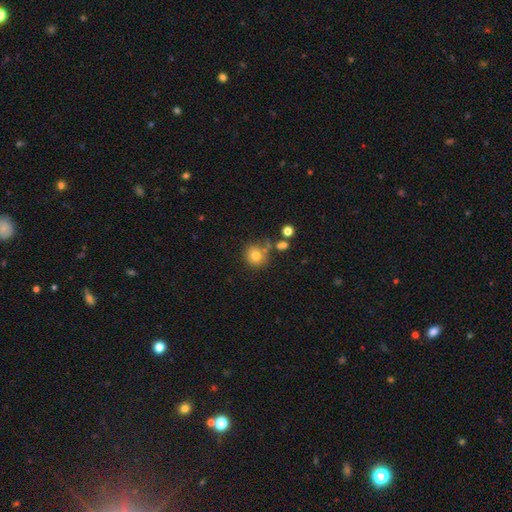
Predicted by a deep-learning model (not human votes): Smooth or featured? Predicted: smooth (p=0.78). How rounded? Predicted: round (p=0.87). Merging? Predicted: none (p=0.66).